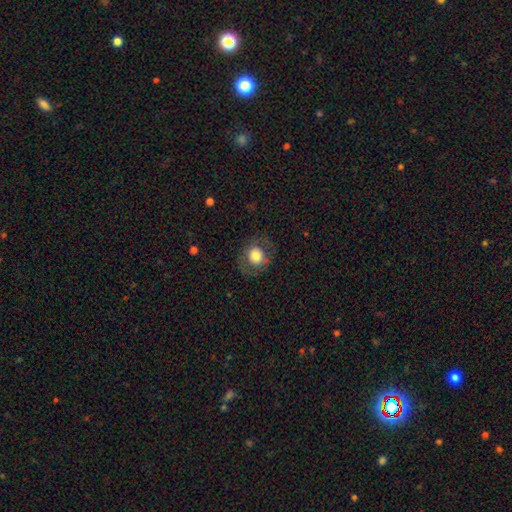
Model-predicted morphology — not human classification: The model was most divided on "smooth or featured": smooth: 71%, featured or disk: 20%, star or artifact: 9%. More confident: how rounded — round (83%); merging — none (76%).